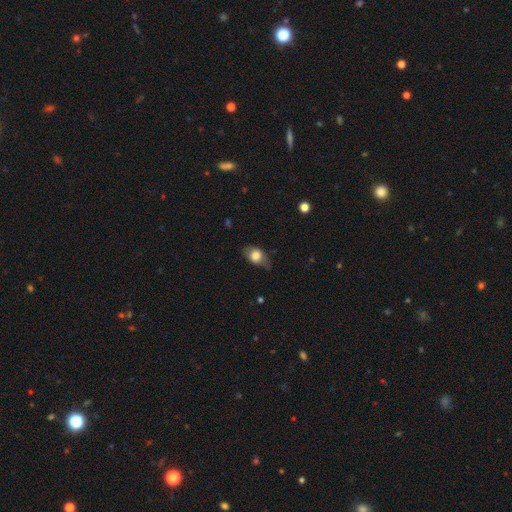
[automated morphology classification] smooth_or_featured: smooth (p=0.72) [alt: featured or disk p=0.19]
how_rounded: in between (p=0.68) [alt: round p=0.30]
merging: none (p=0.55) [alt: minor disturbance p=0.32]